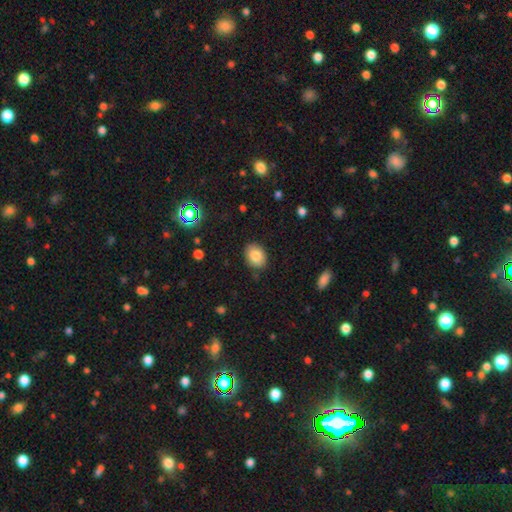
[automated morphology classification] This appears to be a smooth galaxy with no disk features (83%) that is in between round and cigar-shaped (67%). Merging: none (85%).